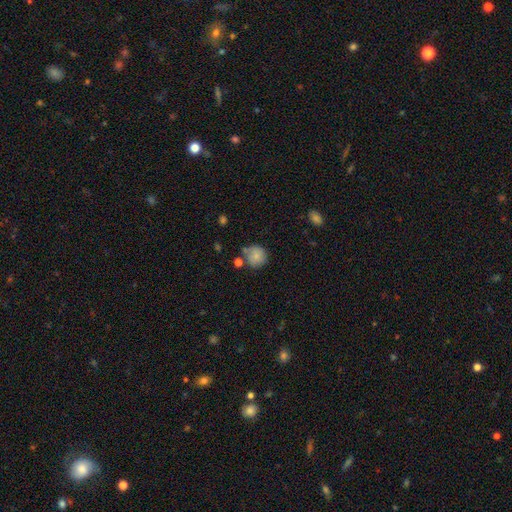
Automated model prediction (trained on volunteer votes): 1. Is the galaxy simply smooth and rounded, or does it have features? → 80% smooth, 11% featured or disk, 9% star or artifact.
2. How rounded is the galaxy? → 90% round, 9% in between, 1% cigar-shaped.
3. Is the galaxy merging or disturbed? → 65% none, 19% minor disturbance, 11% merger, 5% major disturbance.